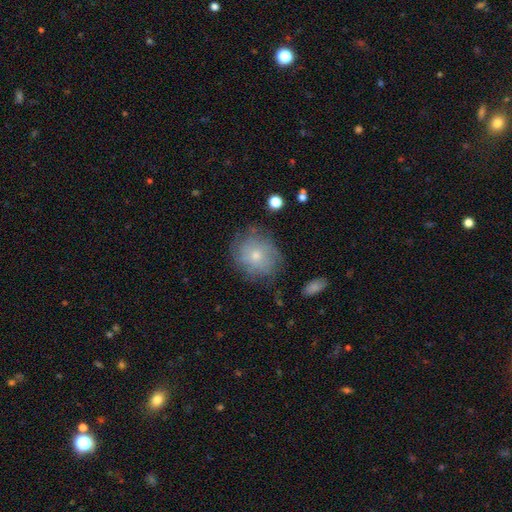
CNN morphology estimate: The model was most divided on "smooth or featured": smooth: 55%, featured or disk: 36%, star or artifact: 10%. More confident: how rounded — round (75%); merging — none (70%).